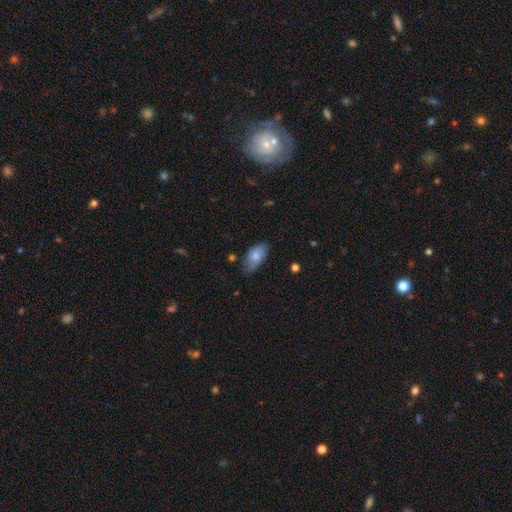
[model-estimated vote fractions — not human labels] Morphology: type=smooth (78%); roundness=in between (93%); merging=none (61%).